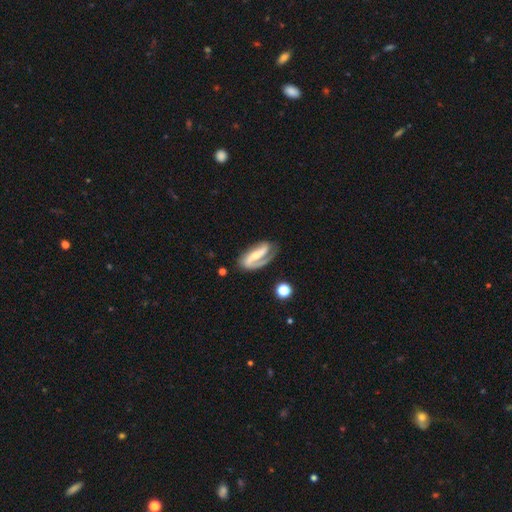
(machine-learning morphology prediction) A featured or disk galaxy (85%) with a strong bar (50%), 2 (61%) medium (43%) spiral arms (95%) and a small central bulge (53%).

Vote fractions:
- Smooth or featured? featured or disk: 85% / smooth: 10% / star or artifact: 5%
- Edge-on disk? no: 95% / yes: 5%
- Bar? strong: 50% / weak: 28% / no: 22%
- Spiral arms? yes: 95% / no: 5%
- Spiral winding? medium: 43% / tight: 30% / loose: 27%
- Spiral arm count? 2: 61% / 1: 33% / can't tell: 3% / 3: 1% / 4: 1% / more than 4: 1%
- Bulge size? small: 53% / moderate: 38% / none: 4% / large: 3% / dominant: 1%
- Merging? none: 66% / minor disturbance: 20% / major disturbance: 12% / merger: 3%